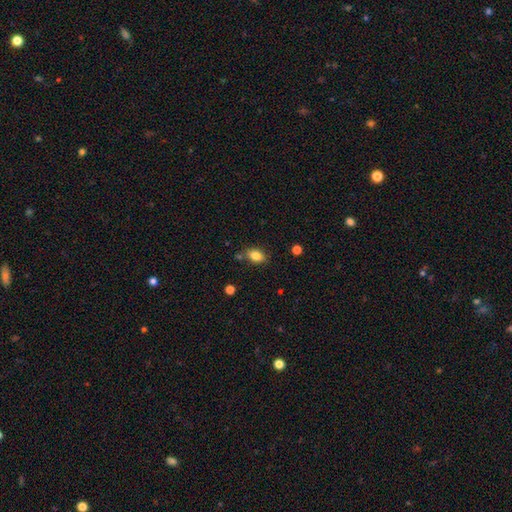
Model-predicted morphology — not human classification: This is clearly a smooth galaxy (82%). How rounded: clearly in between (84%). Merging: likely none (76%).